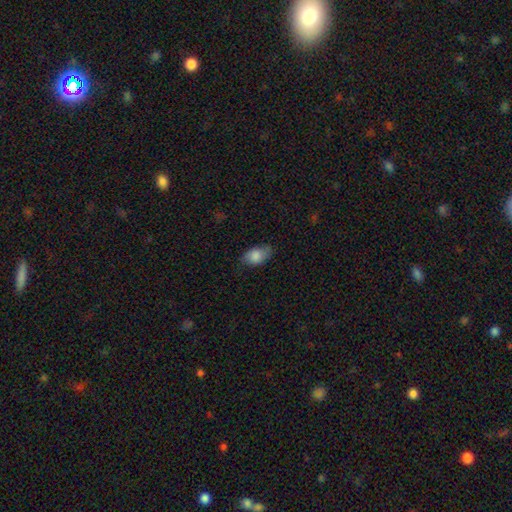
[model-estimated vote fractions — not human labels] Morphology: type=smooth (84%); roundness=in between (91%); merging=none (71%).